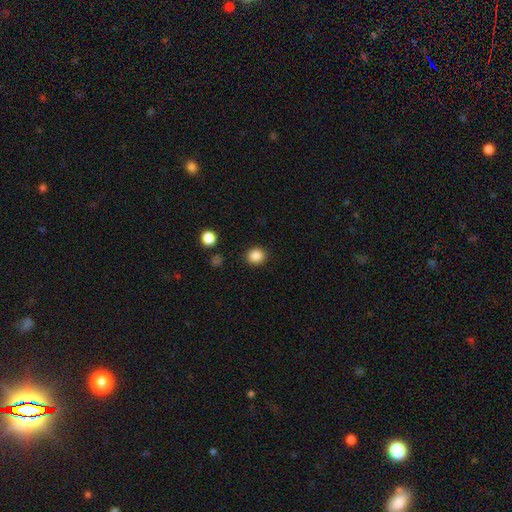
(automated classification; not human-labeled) Smooth or featured: smooth — 87% (star or artifact — 10%)
How rounded: round — 82% (in between — 17%)
Merging: none — 90% (minor disturbance — 7%)